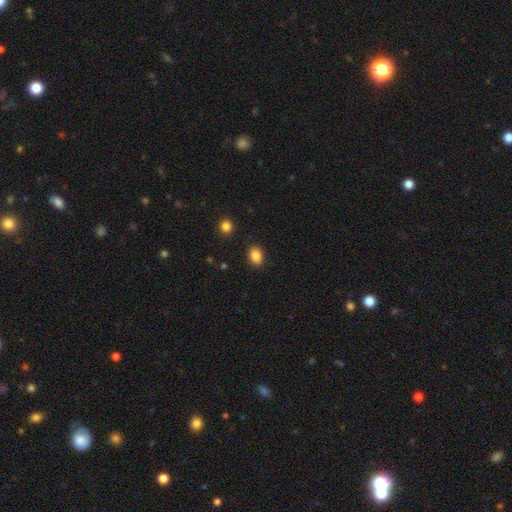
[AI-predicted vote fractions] Smooth or featured: smooth — 86% (star or artifact — 9%)
How rounded: in between — 68% (round — 31%)
Merging: none — 88% (minor disturbance — 8%)